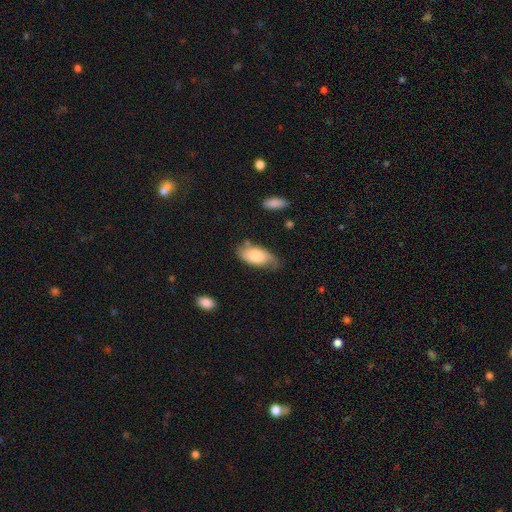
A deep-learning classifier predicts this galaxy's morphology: A smooth galaxy with no disk features (75%) that is in between round and cigar-shaped (92%). Merging: none (56%).